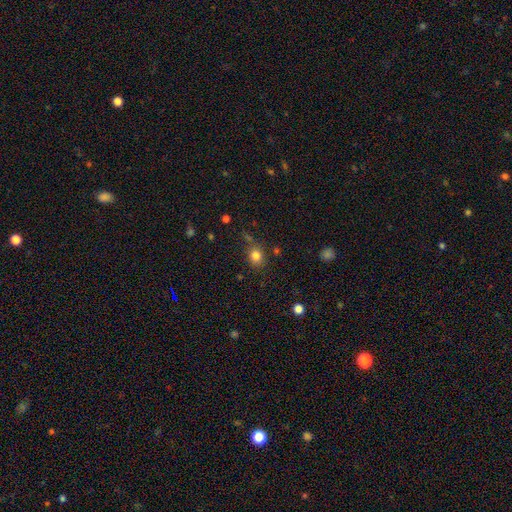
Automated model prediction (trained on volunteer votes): Smooth or featured? Predicted: smooth (p=0.81). How rounded? Predicted: round (p=0.69). Merging? Predicted: none (p=0.75).